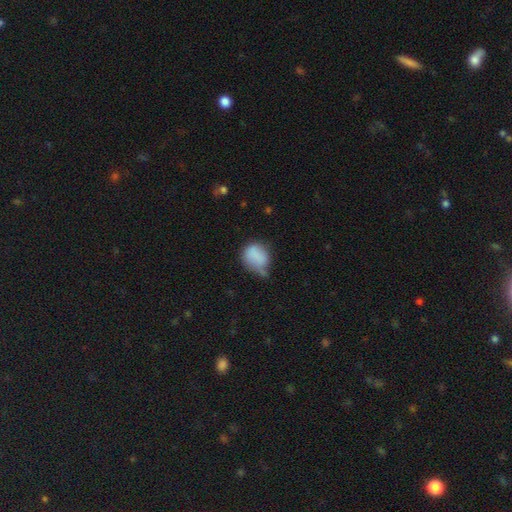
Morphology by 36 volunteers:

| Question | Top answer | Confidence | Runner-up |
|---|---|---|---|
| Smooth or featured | smooth | 89% | featured or disk (6%) |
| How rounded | round | 56% | in between (44%) |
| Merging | minor disturbance | 50% | none (32%) |